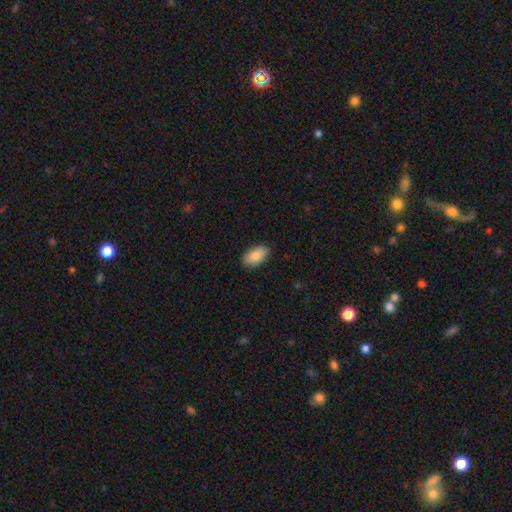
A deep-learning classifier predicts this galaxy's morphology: Smooth or featured? smooth (88%)
How rounded? in between (94%)
Merging? none (88%)